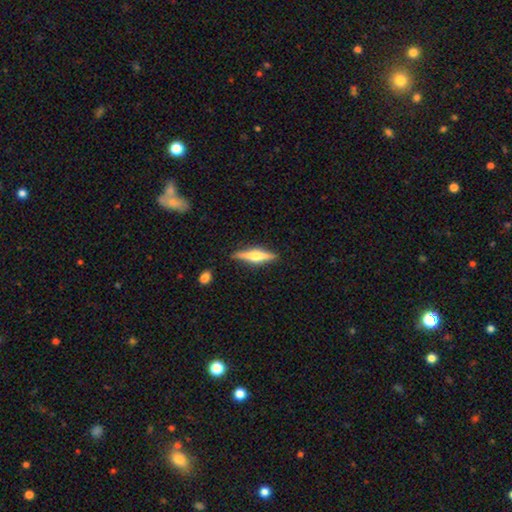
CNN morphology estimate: A featured or disk galaxy (67%) viewed edge-on (97%) with a rounded central bulge (93%). Merging: none (88%).